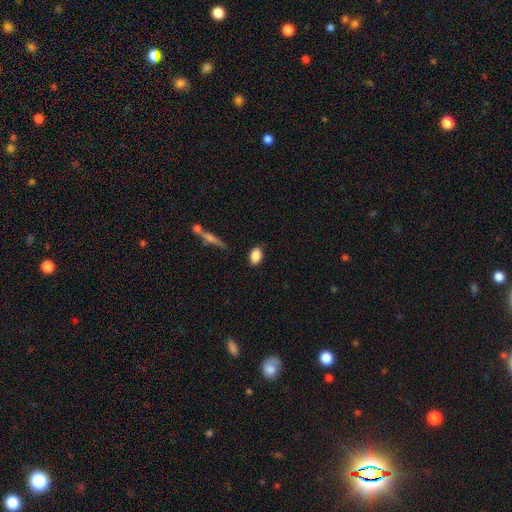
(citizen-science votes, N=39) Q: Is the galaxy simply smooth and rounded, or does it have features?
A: smooth — 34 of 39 (87%).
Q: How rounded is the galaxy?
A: in between — 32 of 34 (94%).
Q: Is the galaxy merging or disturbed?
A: none — 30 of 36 (83%).